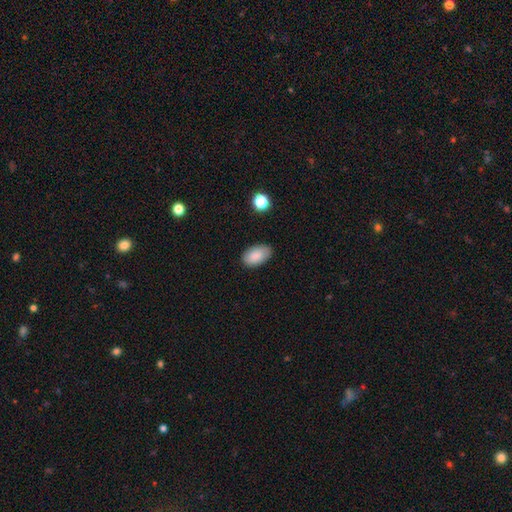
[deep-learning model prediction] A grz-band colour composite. It shows a smooth galaxy with no disk features (87%) that is in between round and cigar-shaped (94%). Merging: none (83%).